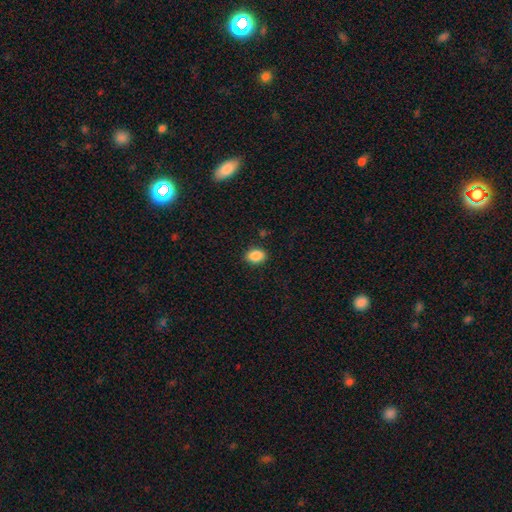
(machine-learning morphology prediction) Smooth or featured? smooth (88%)
How rounded? in between (75%)
Merging? none (87%)